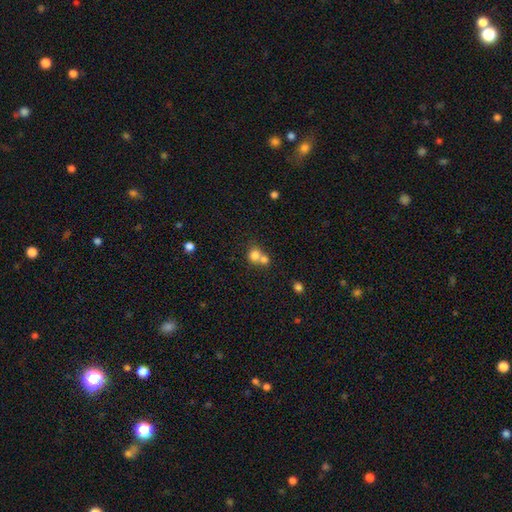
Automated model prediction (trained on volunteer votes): Q: Smooth or featured?
A: smooth (77%); runner-up: star or artifact (12%)
Q: How rounded?
A: round (79%); runner-up: in between (20%)
Q: Merging?
A: merger (57%); runner-up: none (34%)